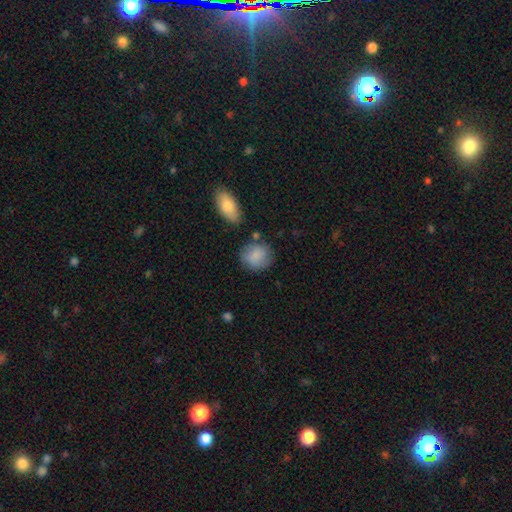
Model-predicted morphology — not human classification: Smooth or featured? smooth (85%)
How rounded? round (69%)
Merging? none (70%)